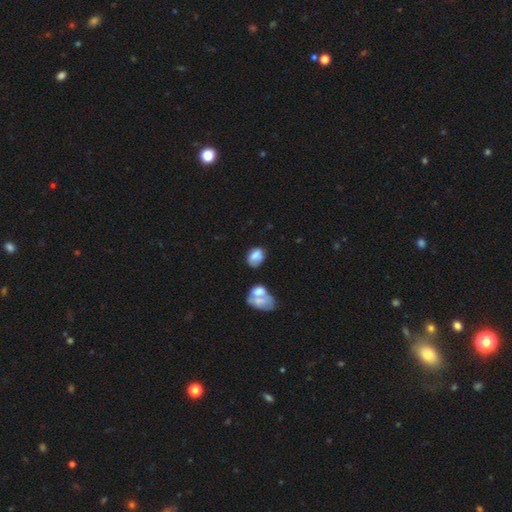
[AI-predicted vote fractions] smooth_or_featured: smooth (p=0.73) [alt: featured or disk p=0.18]
how_rounded: in between (p=0.73) [alt: round p=0.26]
merging: none (p=0.49) [alt: minor disturbance p=0.25]